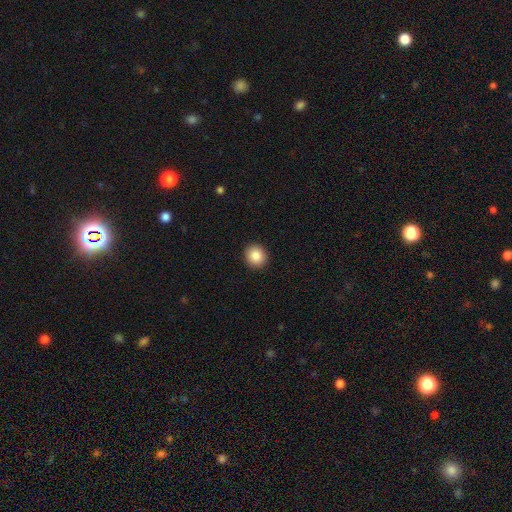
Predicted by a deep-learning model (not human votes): smooth_or_featured: smooth (p=0.87) [alt: star or artifact p=0.09]
how_rounded: round (p=0.86) [alt: in between p=0.13]
merging: none (p=0.92) [alt: minor disturbance p=0.05]